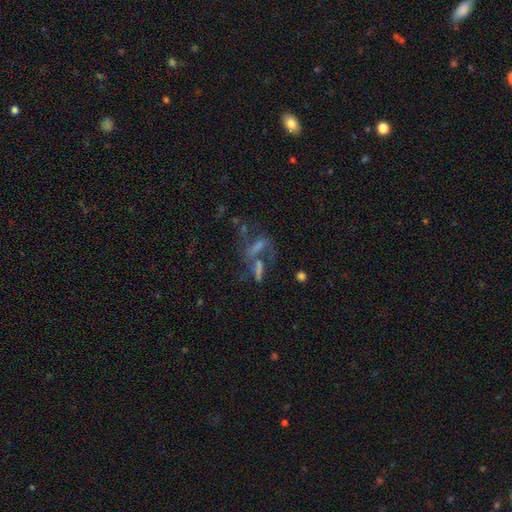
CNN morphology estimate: smooth_or_featured: featured or disk (p=0.53) [alt: star or artifact p=0.29]
disk_edge_on: no (p=0.88) [alt: yes p=0.12]
merging: none (p=0.35) [alt: merger p=0.28]